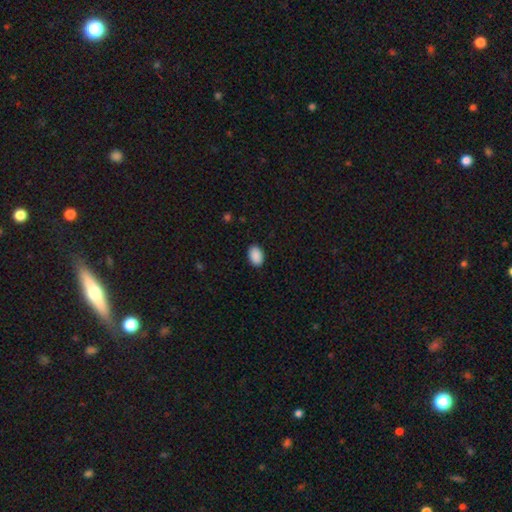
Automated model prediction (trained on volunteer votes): Q: Smooth or featured?
A: smooth (91%); runner-up: star or artifact (7%)
Q: How rounded?
A: in between (85%); runner-up: round (14%)
Q: Merging?
A: none (90%); runner-up: minor disturbance (7%)